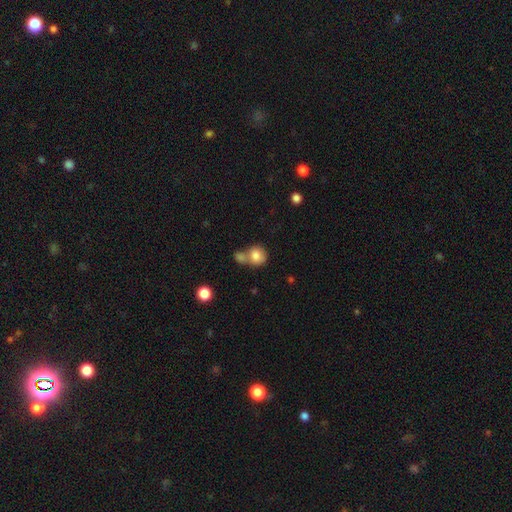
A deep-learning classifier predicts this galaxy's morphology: smooth-or-featured: smooth: 82% | featured or disk: 10% | star or artifact: 9%
  how-rounded: round: 75% | in between: 24% | cigar-shaped: 1%
  merging: merger: 48% | none: 37% | minor disturbance: 10% | major disturbance: 5%